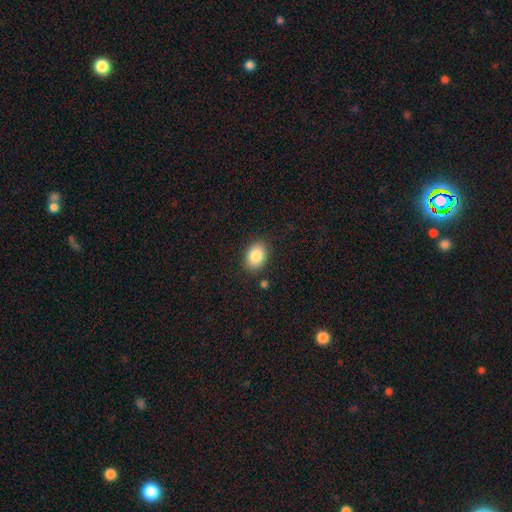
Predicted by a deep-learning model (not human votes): Q: Smooth or featured?
A: smooth (85%); runner-up: star or artifact (8%)
Q: How rounded?
A: in between (72%); runner-up: round (27%)
Q: Merging?
A: none (87%); runner-up: minor disturbance (9%)